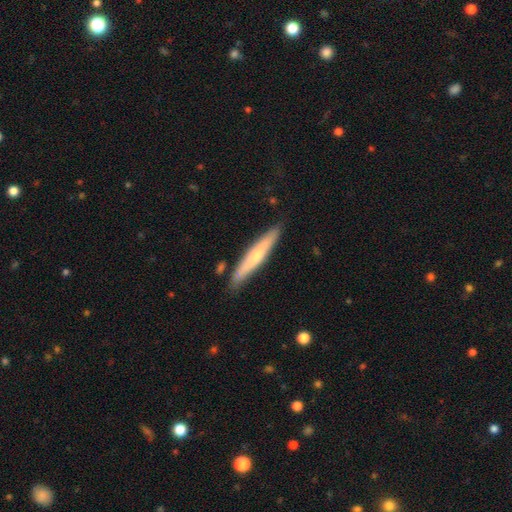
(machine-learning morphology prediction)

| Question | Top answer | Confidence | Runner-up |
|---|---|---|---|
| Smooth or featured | smooth | 53% | featured or disk (42%) |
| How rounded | cigar-shaped | 92% | in between (7%) |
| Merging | none | 86% | minor disturbance (10%) |